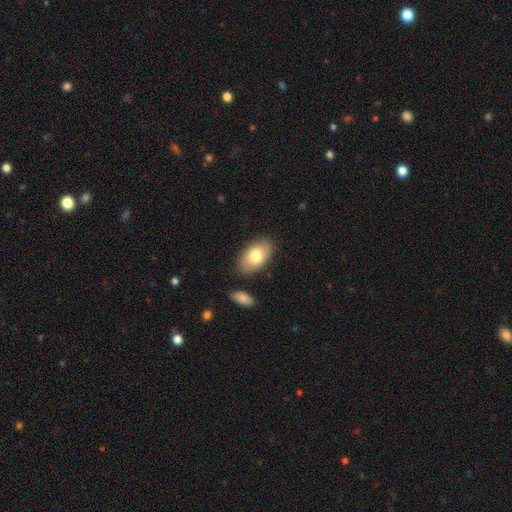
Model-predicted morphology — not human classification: A smooth galaxy with no disk features (78%) that is in between round and cigar-shaped (93%). Merging: none (82%).